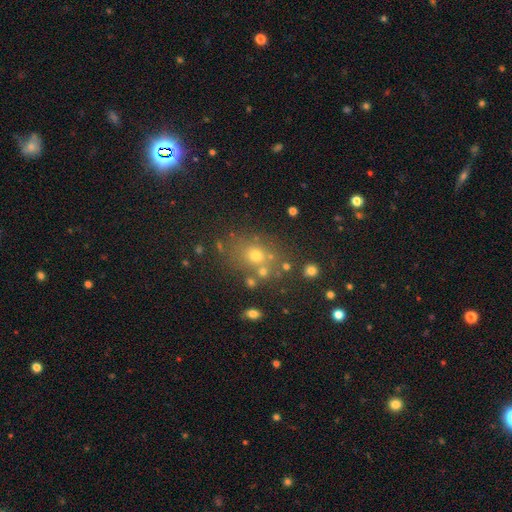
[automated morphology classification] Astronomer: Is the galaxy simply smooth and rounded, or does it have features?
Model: smooth — 62%.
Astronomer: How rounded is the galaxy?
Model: round — 60% (runner-up: in between, 39%).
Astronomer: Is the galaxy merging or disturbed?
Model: none — 71%.